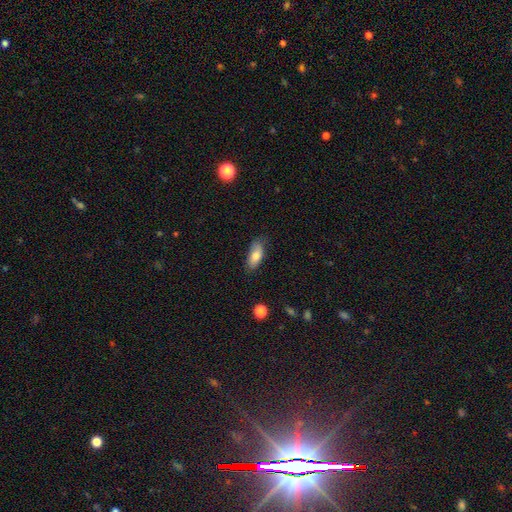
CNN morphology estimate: smooth-or-featured: smooth: 78% | featured or disk: 15% | star or artifact: 7%
  how-rounded: in between: 79% | cigar-shaped: 18% | round: 3%
  merging: none: 74% | minor disturbance: 21% | major disturbance: 4% | merger: 1%